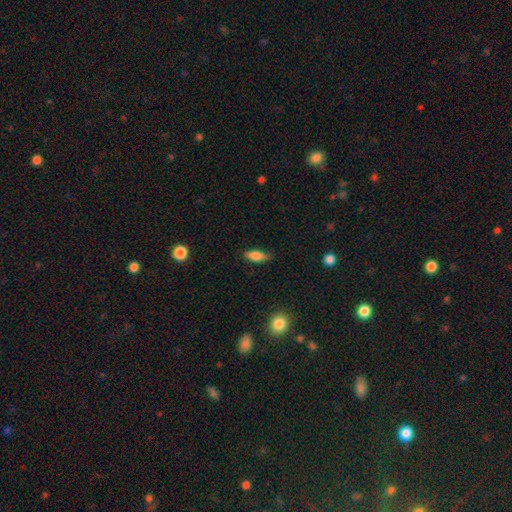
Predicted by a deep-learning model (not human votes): Smooth or featured: smooth — 78% (featured or disk — 14%)
How rounded: in between — 73% (cigar-shaped — 23%)
Merging: none — 77% (minor disturbance — 19%)